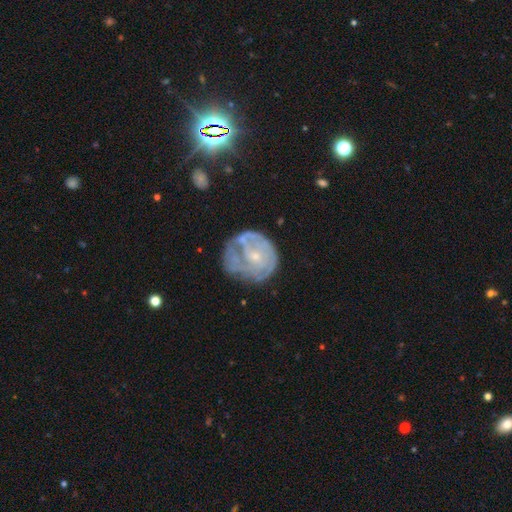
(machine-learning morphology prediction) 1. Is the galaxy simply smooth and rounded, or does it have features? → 68% featured or disk, 25% smooth, 8% star or artifact.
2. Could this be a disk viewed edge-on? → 98% no, 2% yes.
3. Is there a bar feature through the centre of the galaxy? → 72% no, 23% weak, 4% strong.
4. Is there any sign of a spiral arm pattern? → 61% yes, 39% no.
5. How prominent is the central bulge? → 70% small, 21% moderate, 6% none, 1% large, 1% dominant.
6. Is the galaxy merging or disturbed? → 47% none, 26% minor disturbance, 22% major disturbance, 5% merger.